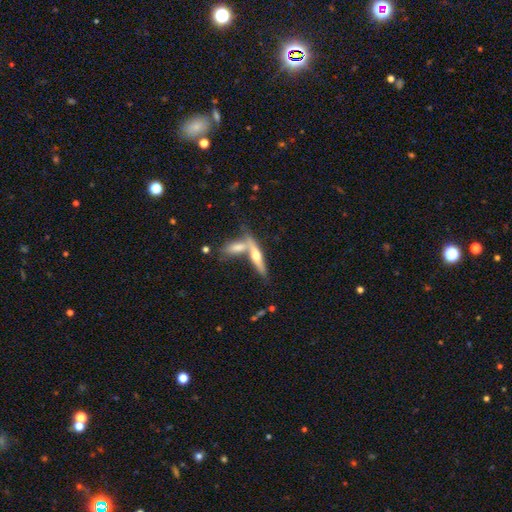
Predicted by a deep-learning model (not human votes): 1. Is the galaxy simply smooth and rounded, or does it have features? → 56% featured or disk, 37% smooth, 7% star or artifact.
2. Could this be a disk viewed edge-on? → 91% yes, 9% no.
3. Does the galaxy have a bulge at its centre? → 91% rounded, 5% none, 4% boxy.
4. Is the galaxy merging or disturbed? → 48% none, 39% merger, 10% minor disturbance, 4% major disturbance.